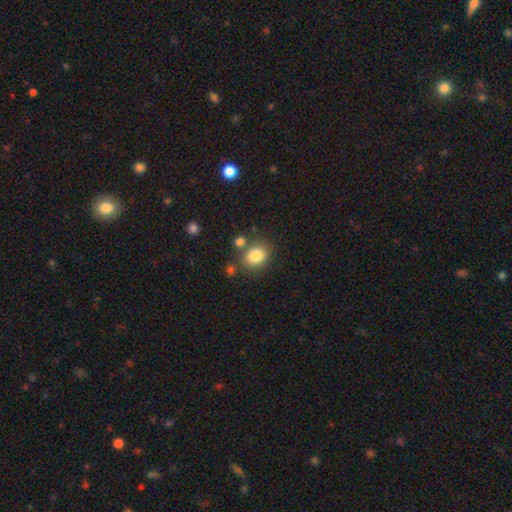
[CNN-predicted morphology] Smooth or featured: smooth — 83% (star or artifact — 10%)
How rounded: round — 55% (in between — 44%)
Merging: none — 71% (minor disturbance — 13%)